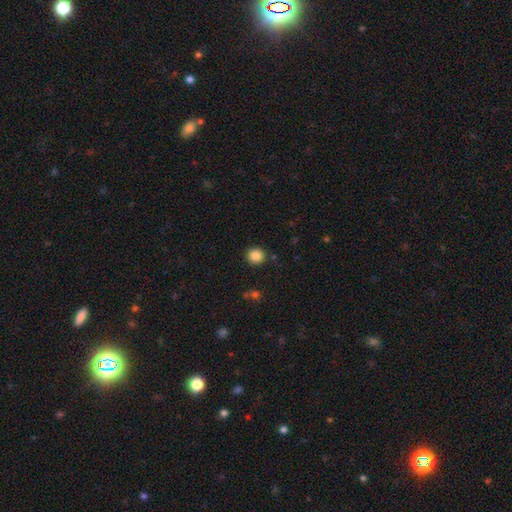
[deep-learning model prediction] smooth-or-featured: smooth: 85% | star or artifact: 10% | featured or disk: 5%
  how-rounded: round: 92% | in between: 7% | cigar-shaped: 1%
  merging: none: 90% | minor disturbance: 6% | major disturbance: 2% | merger: 2%